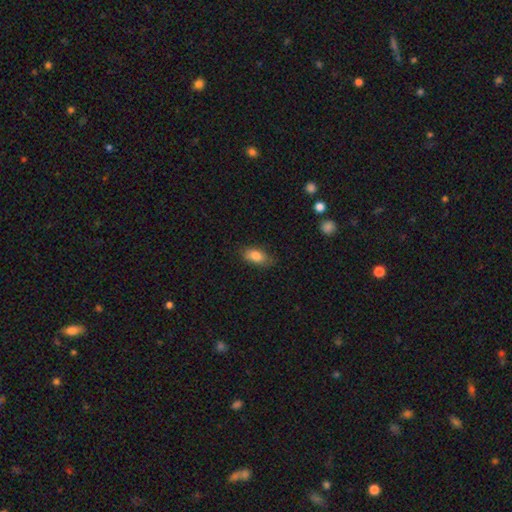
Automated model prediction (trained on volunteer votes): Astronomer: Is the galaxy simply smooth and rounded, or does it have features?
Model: smooth — 83%.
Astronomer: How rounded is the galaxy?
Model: in between — 88%.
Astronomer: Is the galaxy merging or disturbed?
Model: none — 78%.